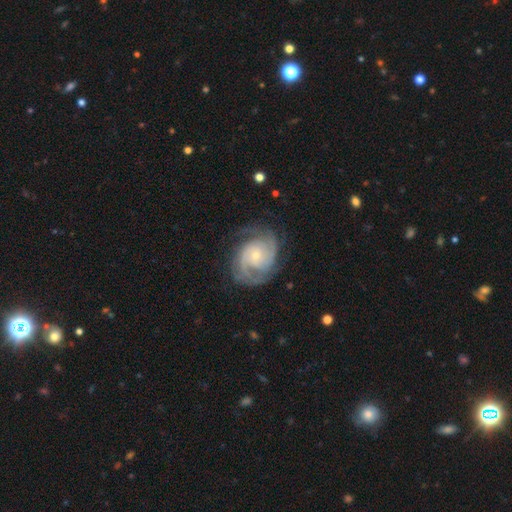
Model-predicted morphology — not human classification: Overall: featured or disk (89%). Edge-on disk: no (98%). Bar: no (69%). Spiral arms: yes (98%). Spiral arm count: 2 (53%; 3 21%). Spiral winding: tight (57%; medium 36%). Bulge size: small (72%). Merging: none (74%).